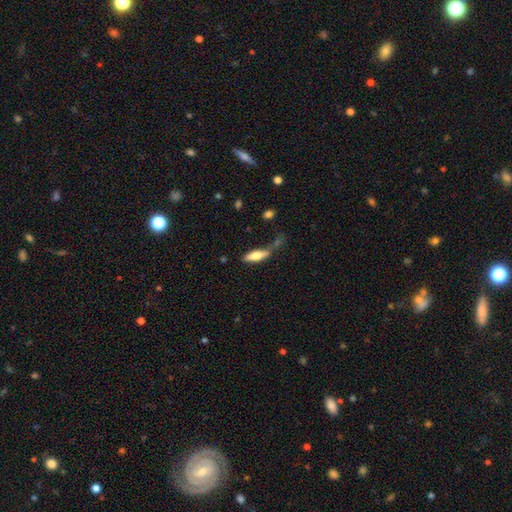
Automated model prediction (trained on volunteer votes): Smooth or featured? Predicted: smooth (p=0.65). How rounded? Predicted: in between (p=0.50). Merging? Predicted: none (p=0.59).